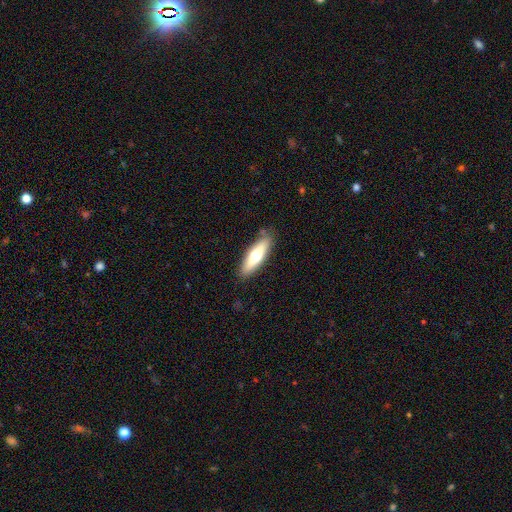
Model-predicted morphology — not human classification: smooth 57%, featured or disk 37%, star or artifact 6%. Down the decision tree: how rounded — cigar-shaped (57%); merging — none (85%).